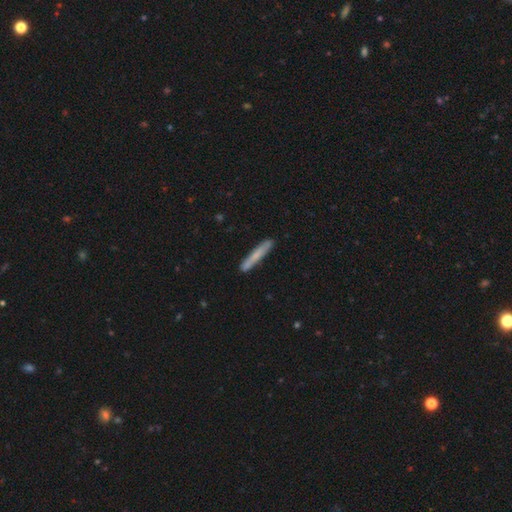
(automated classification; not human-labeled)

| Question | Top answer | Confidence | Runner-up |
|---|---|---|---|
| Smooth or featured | smooth | 68% | featured or disk (26%) |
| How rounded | cigar-shaped | 96% | in between (3%) |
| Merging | none | 87% | minor disturbance (10%) |